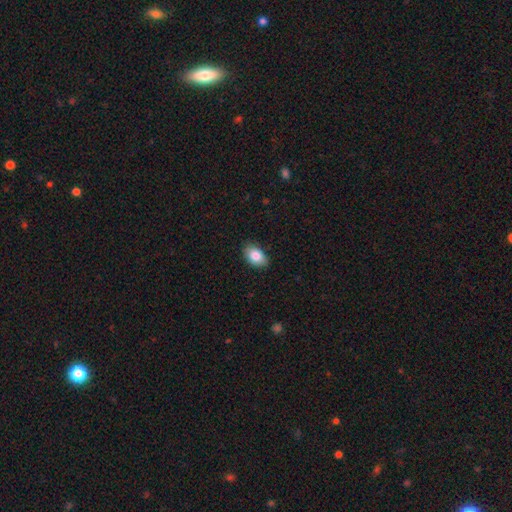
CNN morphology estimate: This appears to be a smooth galaxy with no disk features (85%) that is in between round and cigar-shaped (89%). Merging: none (85%).